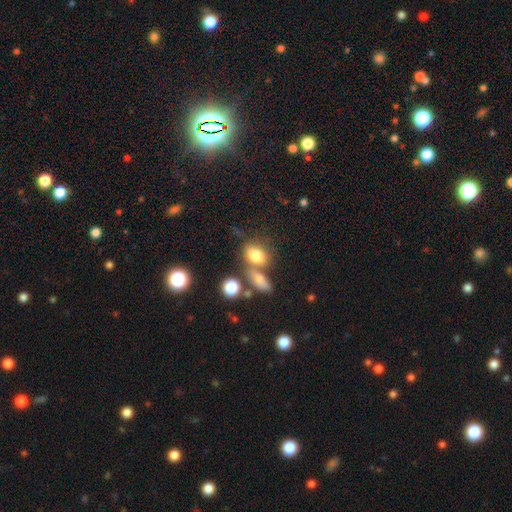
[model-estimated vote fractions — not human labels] smooth 77%, featured or disk 12%, star or artifact 12%. Down the decision tree: how rounded — in between (68%); merging — none (46%).